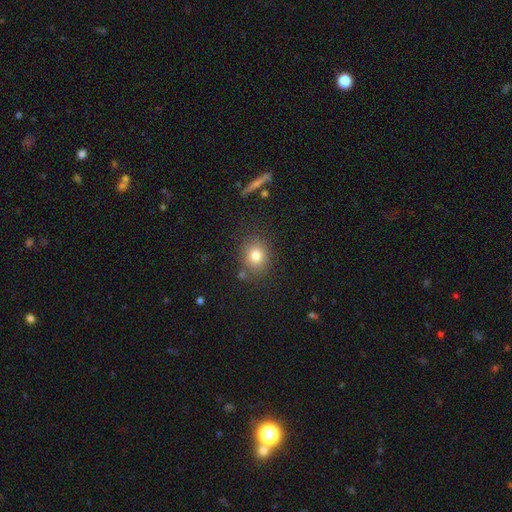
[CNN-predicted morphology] Smooth or featured: smooth — 80% (star or artifact — 11%)
How rounded: round — 69% (in between — 30%)
Merging: none — 80% (minor disturbance — 11%)